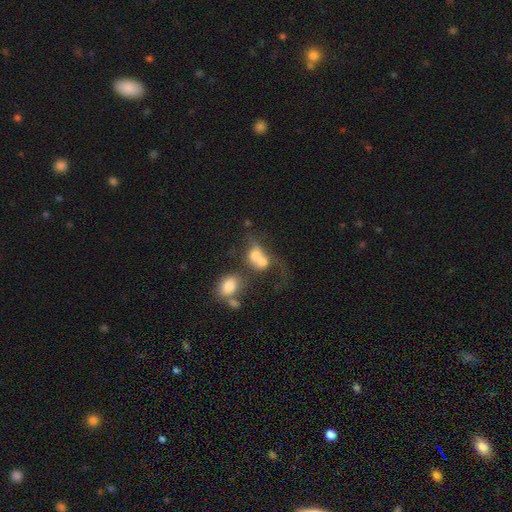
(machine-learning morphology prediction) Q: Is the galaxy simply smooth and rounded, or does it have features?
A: smooth — 62%.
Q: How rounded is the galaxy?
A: round — 52%.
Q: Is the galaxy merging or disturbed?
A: merger — 66%.